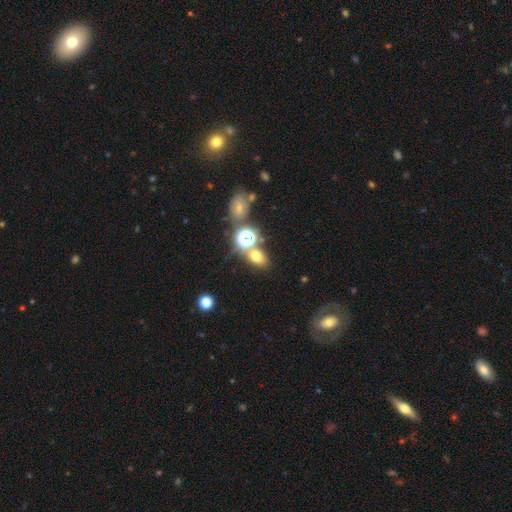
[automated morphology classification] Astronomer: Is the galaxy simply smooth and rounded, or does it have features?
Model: smooth — 61%.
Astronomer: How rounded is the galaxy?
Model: in between — 59% (runner-up: round, 39%).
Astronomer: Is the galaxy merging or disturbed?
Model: none — 60%.